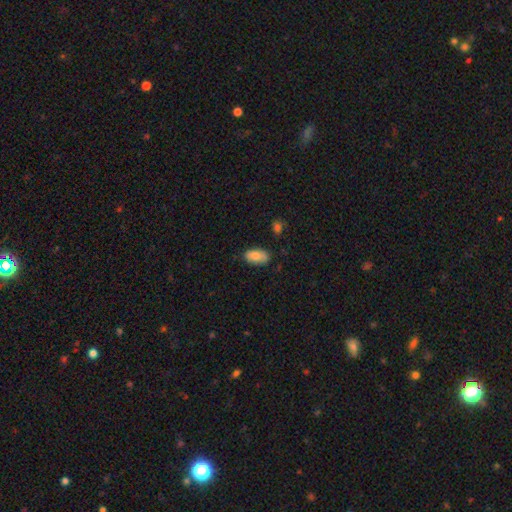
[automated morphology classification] The model was most divided on "merging": none: 78%, minor disturbance: 18%, major disturbance: 3%, merger: 2%. More confident: how rounded — in between (93%); smooth or featured — smooth (82%).